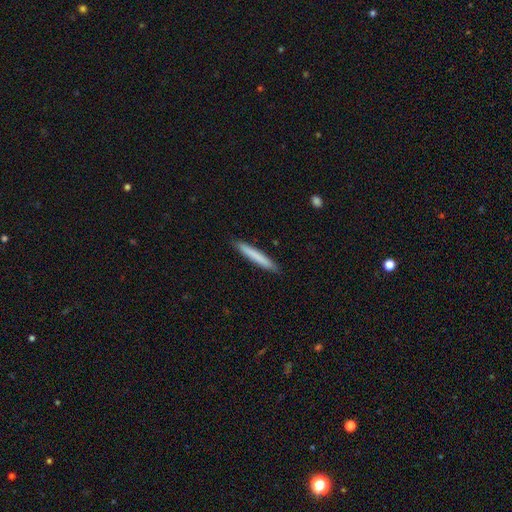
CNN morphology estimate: The model was most divided on "smooth or featured": smooth: 76%, featured or disk: 19%, star or artifact: 6%. More confident: how rounded — cigar-shaped (96%); merging — none (91%).